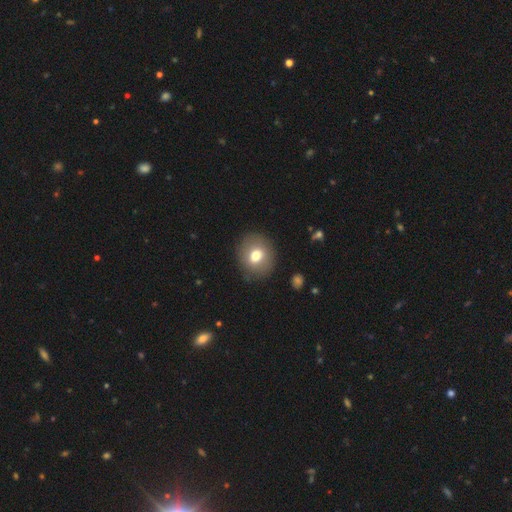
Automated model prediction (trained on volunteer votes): Morphology: type=smooth (73%); roundness=round (73%); merging=none (87%).